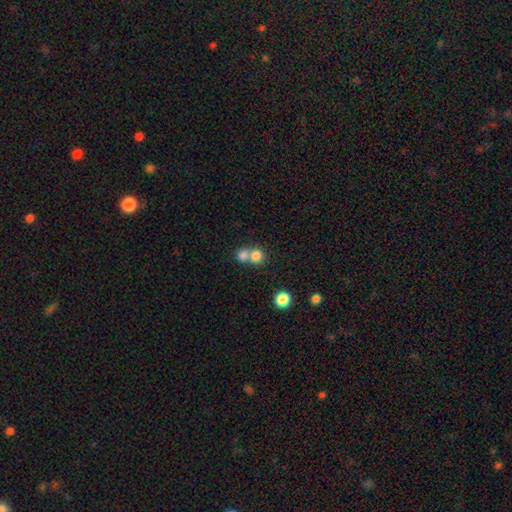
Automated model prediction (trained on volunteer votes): This appears to be a smooth galaxy with no disk features (79%) that is round (86%). Merging: merger (53%).